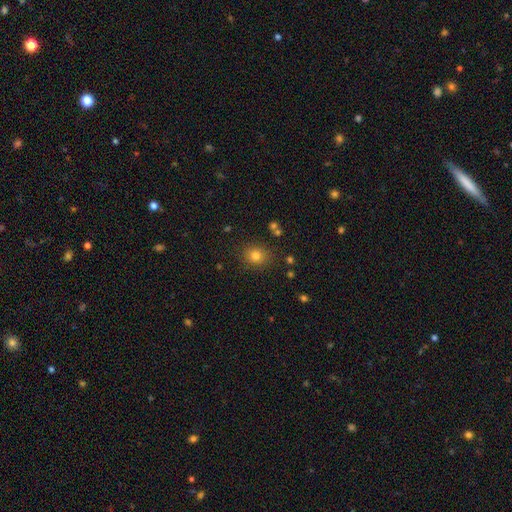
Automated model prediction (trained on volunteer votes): A smooth galaxy with no disk features (79%) that is round (75%).

Vote fractions:
- Smooth or featured? smooth: 79% / star or artifact: 14% / featured or disk: 7%
- How rounded? round: 75% / in between: 24% / cigar-shaped: 1%
- Merging? none: 85% / minor disturbance: 9% / major disturbance: 3% / merger: 2%